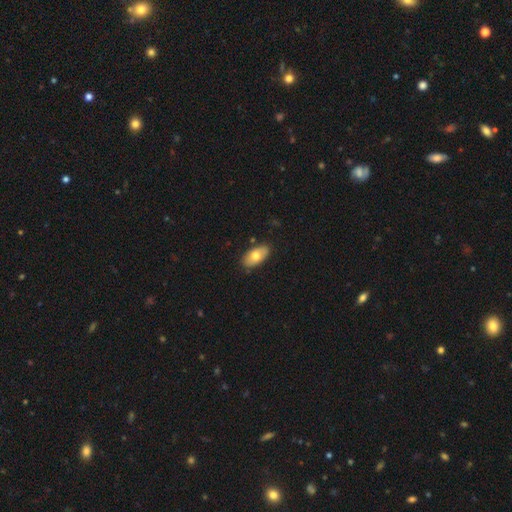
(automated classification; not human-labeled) Smooth or featured? Predicted: smooth (p=0.72). How rounded? Predicted: in between (p=0.92). Merging? Predicted: none (p=0.85).